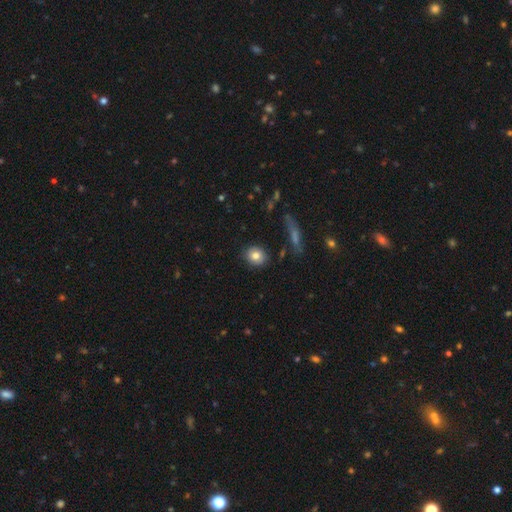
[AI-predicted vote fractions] This appears to be a smooth galaxy with no disk features (80%) that is round (71%). Merging: none (87%).